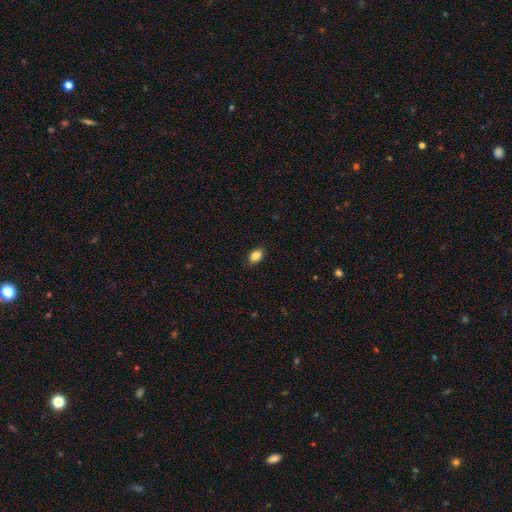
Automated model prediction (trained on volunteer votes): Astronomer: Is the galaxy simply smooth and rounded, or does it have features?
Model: smooth — 87%.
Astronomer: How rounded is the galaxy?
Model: in between — 83%.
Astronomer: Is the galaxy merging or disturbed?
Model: none — 89%.